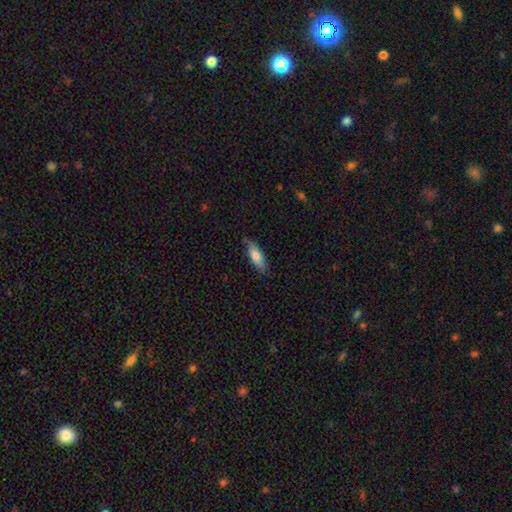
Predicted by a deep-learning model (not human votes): Smooth or featured? smooth (74%)
How rounded? in between (65%)
Merging? none (75%)